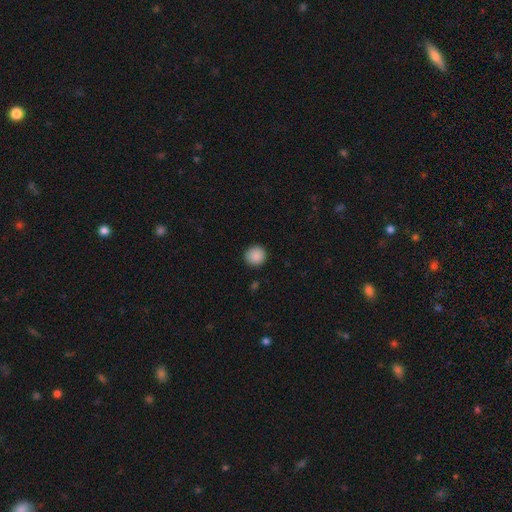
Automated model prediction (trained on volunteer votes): Smooth or featured?
  - smooth: 89% *
  - star or artifact: 8%
  - featured or disk: 3%
How rounded?
  - round: 94% *
  - in between: 5%
  - cigar-shaped: 1%
Merging?
  - none: 91% *
  - minor disturbance: 6%
  - major disturbance: 2%
  - merger: 1%